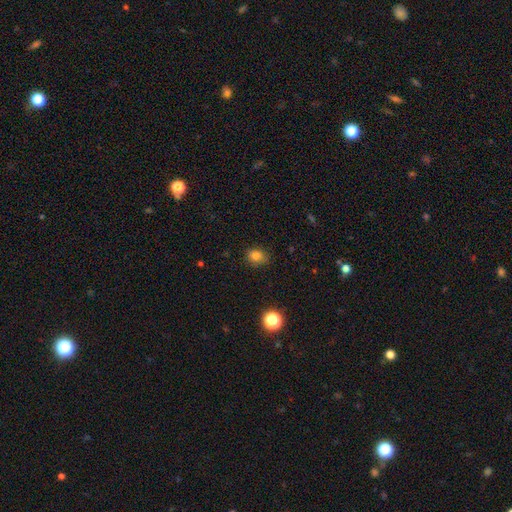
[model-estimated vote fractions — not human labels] Smooth or featured: smooth — 80% (star or artifact — 13%)
How rounded: round — 51% (in between — 48%)
Merging: none — 84% (minor disturbance — 12%)